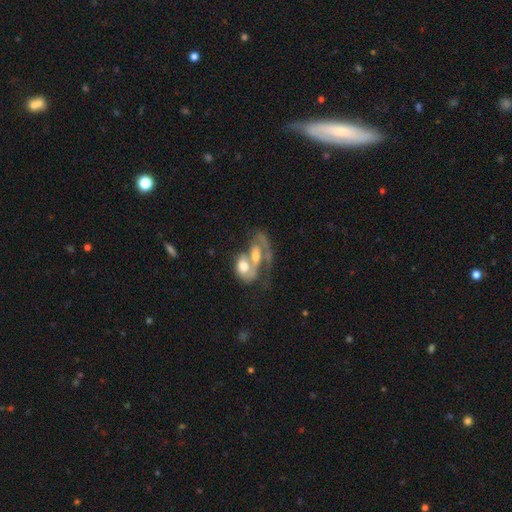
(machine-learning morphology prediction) Overall: featured or disk (54%; smooth 38%). Edge-on disk: no (93%). Bar: no (70%). Spiral arms: no (51%; yes 49%). Bulge size: moderate (52%; large 25%). Merging: merger (74%).